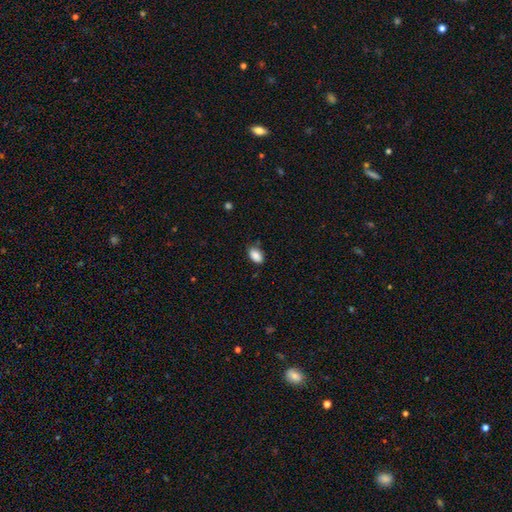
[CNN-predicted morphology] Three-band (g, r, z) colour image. It shows a smooth galaxy with no disk features (89%) that is in between round and cigar-shaped (90%). Merging: none (77%).